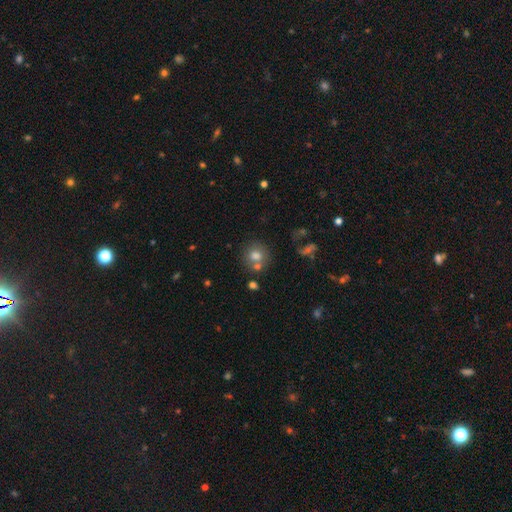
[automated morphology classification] A smooth galaxy with no disk features (75%) that is round (84%). Merging: none (63%).